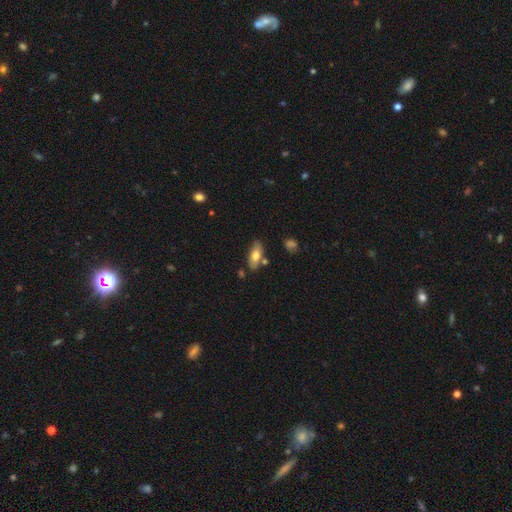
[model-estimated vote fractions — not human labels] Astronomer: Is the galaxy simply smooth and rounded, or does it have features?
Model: smooth — 71%.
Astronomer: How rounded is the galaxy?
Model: in between — 85%.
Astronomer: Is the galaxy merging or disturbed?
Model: none — 75%.